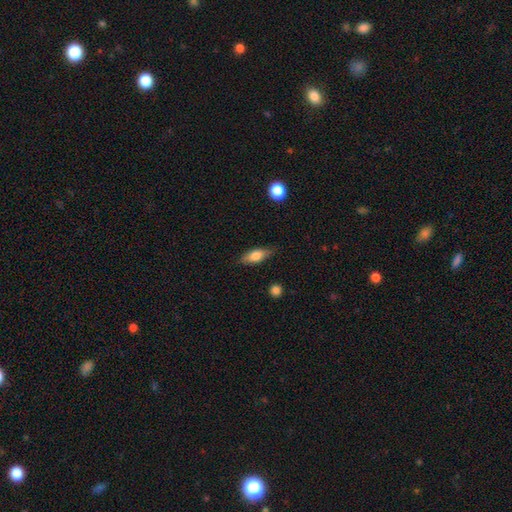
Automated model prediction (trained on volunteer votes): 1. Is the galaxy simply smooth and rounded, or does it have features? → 69% smooth, 25% featured or disk, 7% star or artifact.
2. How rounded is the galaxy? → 71% in between, 25% cigar-shaped, 4% round.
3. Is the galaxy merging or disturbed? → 81% none, 15% minor disturbance, 3% major disturbance, 1% merger.